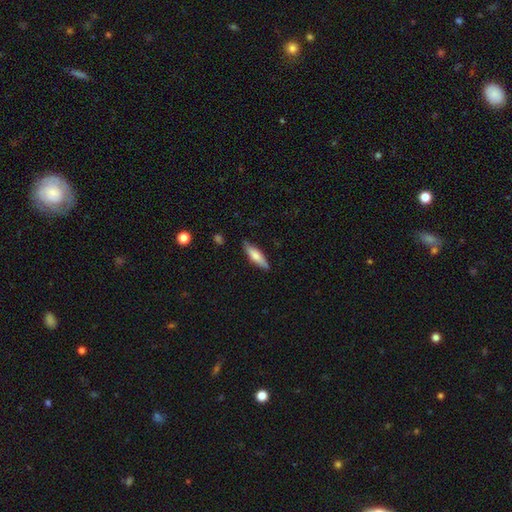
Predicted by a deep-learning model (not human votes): This is likely a smooth galaxy (65%). How rounded: likely cigar-shaped (67%). Merging: clearly none (85%).